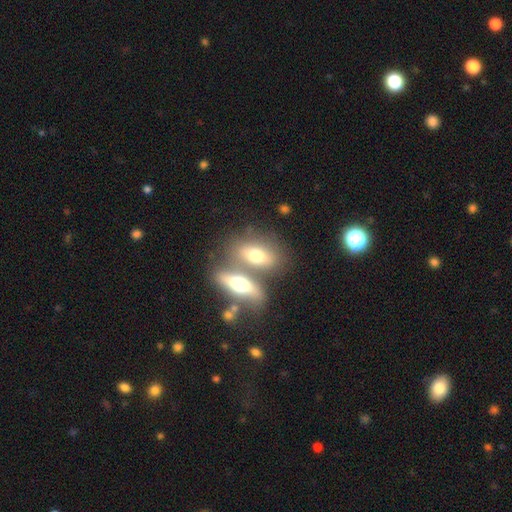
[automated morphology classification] Smooth or featured? Predicted: smooth (p=0.59). How rounded? Predicted: in between (p=0.74). Merging? Predicted: merger (p=0.46).